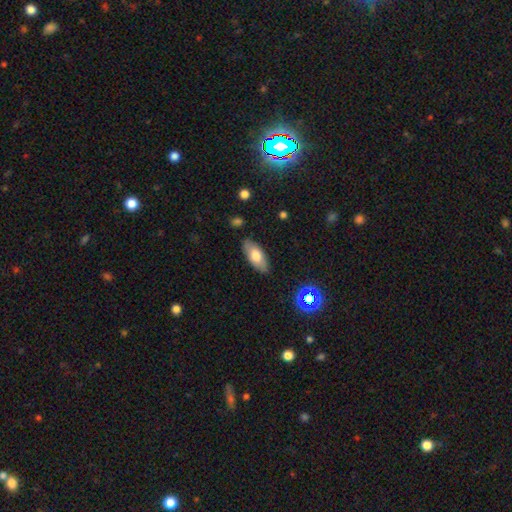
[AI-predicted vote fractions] Smooth or featured?
  - smooth: 72% *
  - featured or disk: 21%
  - star or artifact: 7%
How rounded?
  - in between: 87% *
  - cigar-shaped: 10%
  - round: 3%
Merging?
  - none: 86% *
  - minor disturbance: 10%
  - major disturbance: 2%
  - merger: 1%